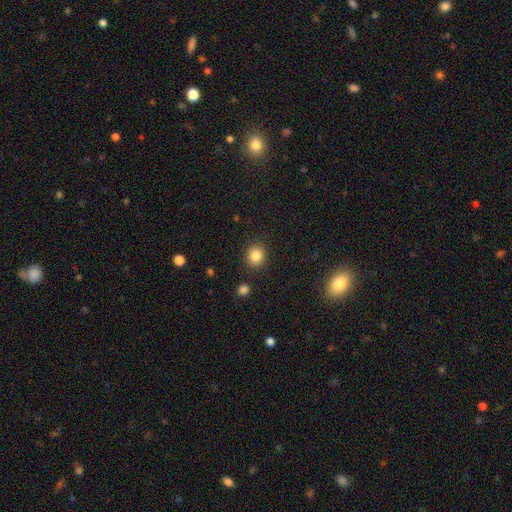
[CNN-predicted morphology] Smooth or featured? smooth (84%)
How rounded? round (78%)
Merging? none (88%)